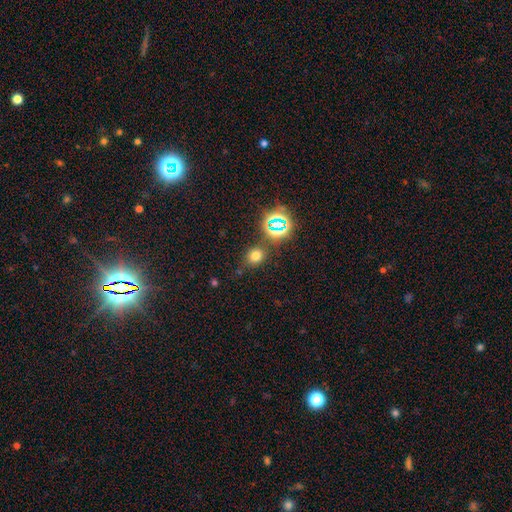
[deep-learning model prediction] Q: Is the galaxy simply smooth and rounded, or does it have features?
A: smooth — 67%.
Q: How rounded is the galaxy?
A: round — 70%.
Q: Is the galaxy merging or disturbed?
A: none — 79%.